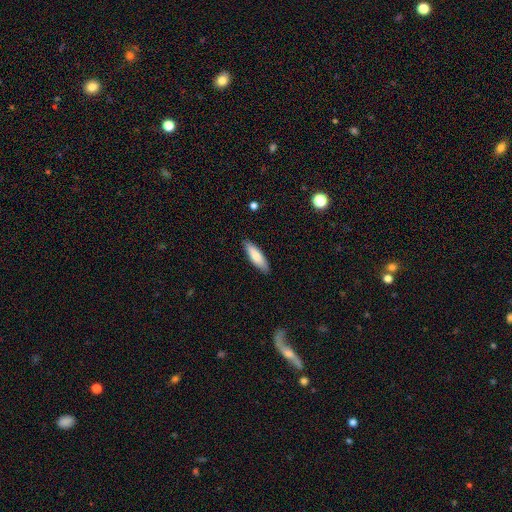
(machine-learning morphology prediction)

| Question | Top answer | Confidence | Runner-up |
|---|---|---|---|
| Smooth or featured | smooth | 79% | featured or disk (15%) |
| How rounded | cigar-shaped | 54% | in between (45%) |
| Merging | none | 88% | minor disturbance (9%) |